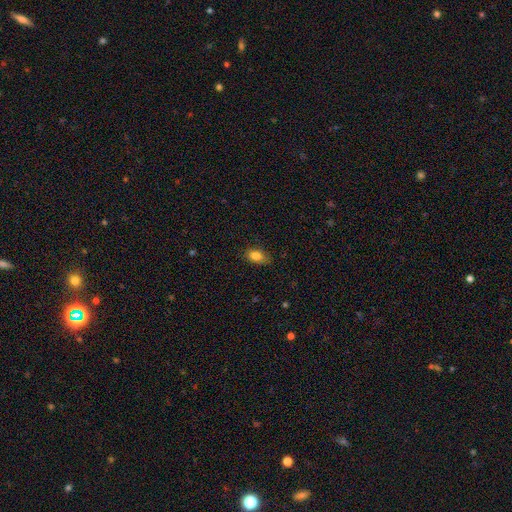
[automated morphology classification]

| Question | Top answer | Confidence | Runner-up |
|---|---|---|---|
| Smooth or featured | smooth | 84% | star or artifact (9%) |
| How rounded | in between | 86% | round (11%) |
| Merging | none | 77% | minor disturbance (19%) |